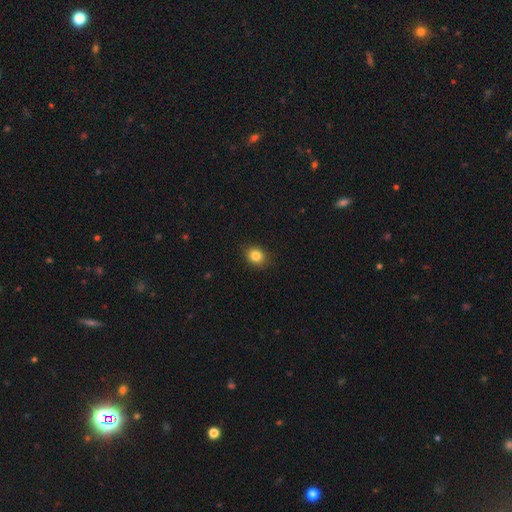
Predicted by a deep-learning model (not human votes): Smooth or featured: smooth — 84% (star or artifact — 10%)
How rounded: round — 53% (in between — 46%)
Merging: none — 87% (minor disturbance — 9%)